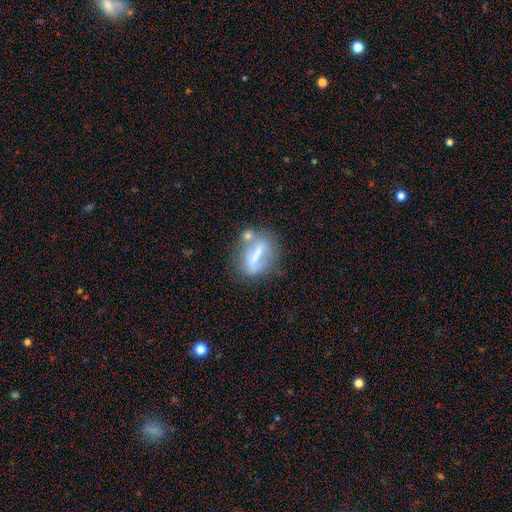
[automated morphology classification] Overall: featured or disk (51%; smooth 39%). Edge-on disk: no (80%). Merging: none (46%; merger 21%).